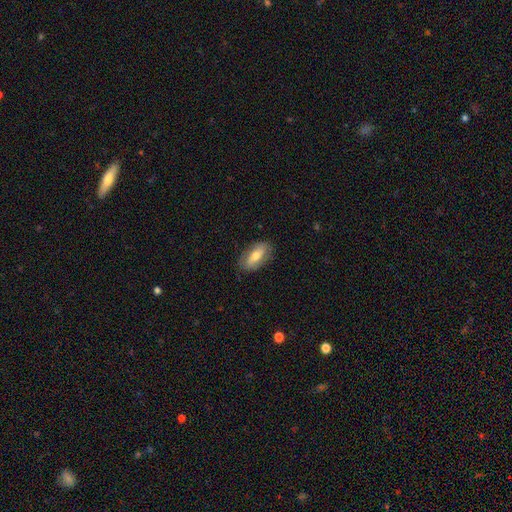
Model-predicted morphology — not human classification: This is possibly a smooth galaxy (57%). How rounded: clearly in between (86%). Merging: clearly none (82%).